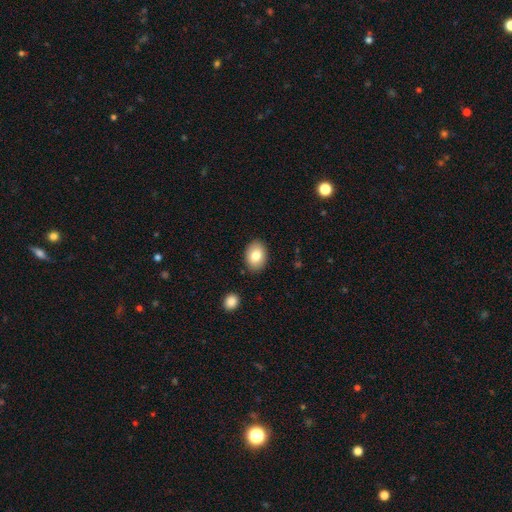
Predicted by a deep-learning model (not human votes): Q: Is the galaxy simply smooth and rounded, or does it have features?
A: smooth — 82%.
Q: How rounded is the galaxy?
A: in between — 77%.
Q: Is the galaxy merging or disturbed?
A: none — 88%.